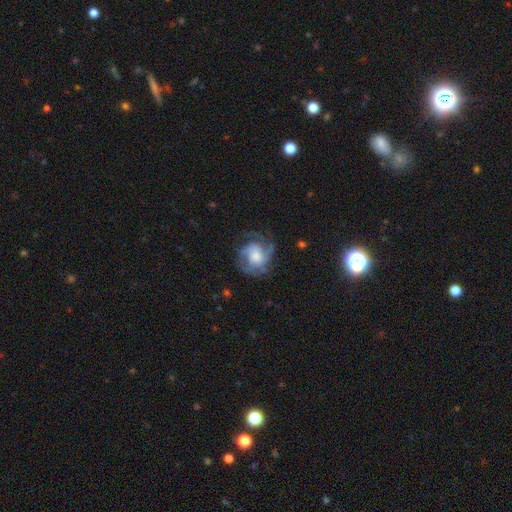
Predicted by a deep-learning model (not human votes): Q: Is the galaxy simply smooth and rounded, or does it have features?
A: featured or disk — 75%.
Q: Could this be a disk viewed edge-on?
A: no — 98%.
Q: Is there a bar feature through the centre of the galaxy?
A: no — 73%.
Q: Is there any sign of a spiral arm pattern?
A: yes — 92%.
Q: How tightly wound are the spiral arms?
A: medium — 43%.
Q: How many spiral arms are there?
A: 3 — 31%.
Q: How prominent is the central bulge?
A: moderate — 40%.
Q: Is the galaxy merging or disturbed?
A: none — 62%.